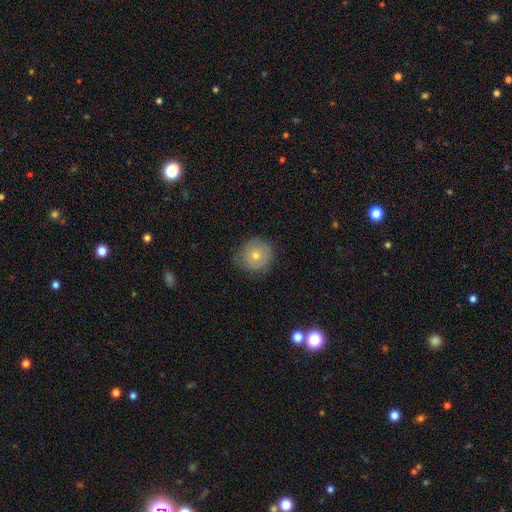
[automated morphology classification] Smooth or featured: smooth — 64% (featured or disk — 25%)
How rounded: round — 92% (in between — 7%)
Merging: none — 77% (minor disturbance — 17%)